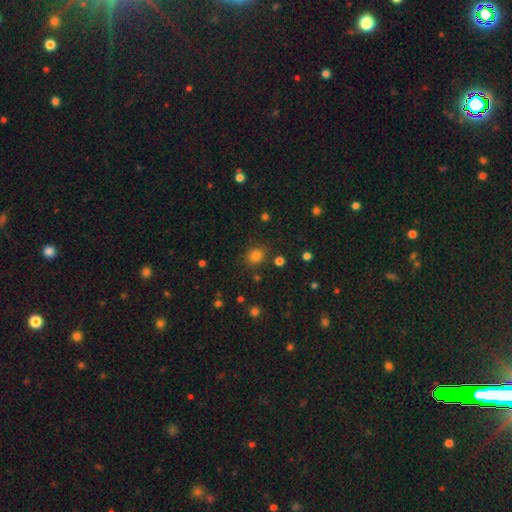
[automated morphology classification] A smooth galaxy with no disk features (80%) that is round (76%). Merging: none (84%).